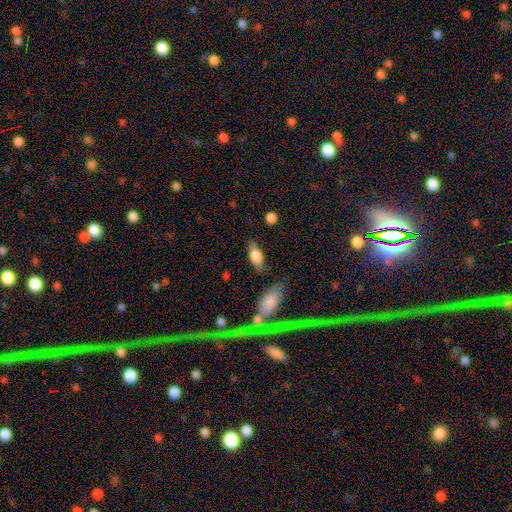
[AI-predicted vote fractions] Smooth or featured? smooth (74%)
How rounded? in between (79%)
Merging? none (77%)